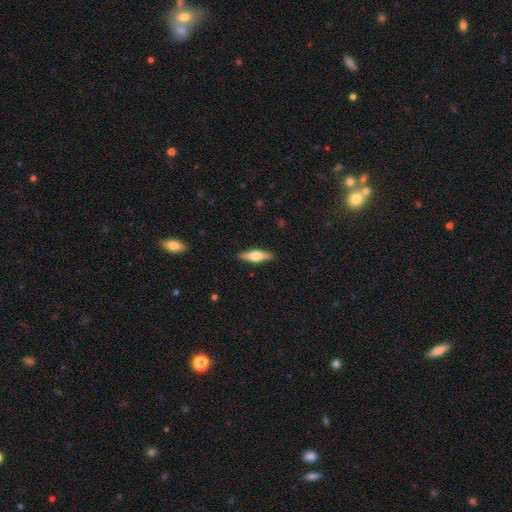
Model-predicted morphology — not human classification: This is possibly a featured or disk galaxy (52%). It is clearly viewed edge-on (94%). Merging: clearly none (90%).